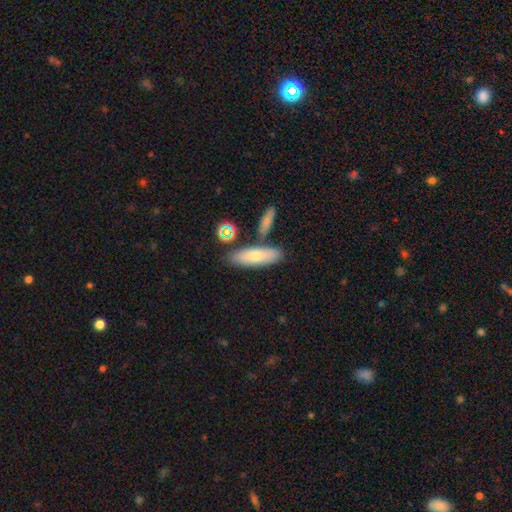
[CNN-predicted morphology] This appears to be a smooth galaxy with no disk features (71%) that is in between round and cigar-shaped (55%). Merging: none (74%).